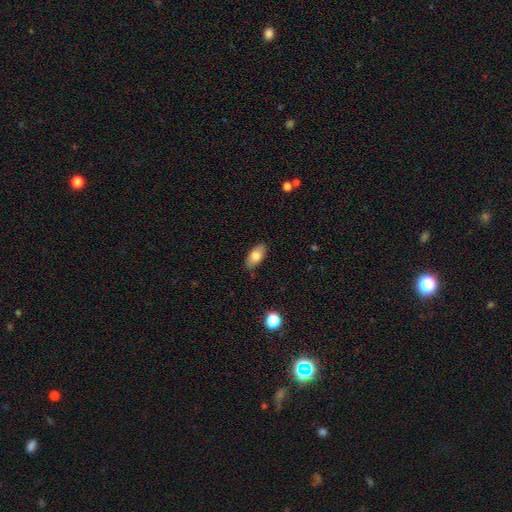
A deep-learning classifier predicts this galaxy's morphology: A smooth galaxy with no disk features (78%) that is in between round and cigar-shaped (91%).

Vote fractions:
- Smooth or featured? smooth: 78% / featured or disk: 14% / star or artifact: 7%
- How rounded? in between: 91% / cigar-shaped: 6% / round: 4%
- Merging? none: 84% / minor disturbance: 12% / major disturbance: 2% / merger: 1%